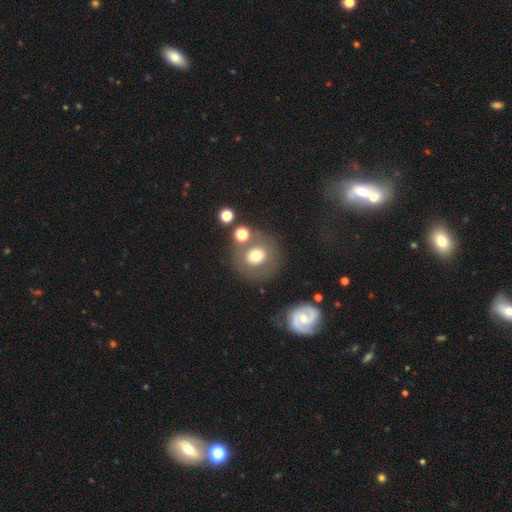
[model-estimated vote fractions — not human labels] Morphology: type=smooth (64%); roundness=round (88%); merging=none (71%).